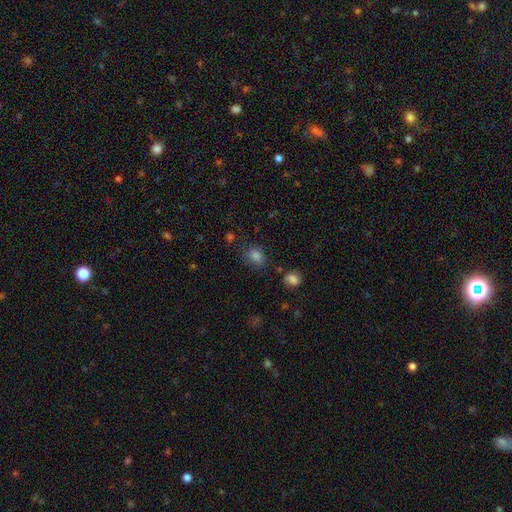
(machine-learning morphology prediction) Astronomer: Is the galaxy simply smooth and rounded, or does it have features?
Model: smooth — 76%.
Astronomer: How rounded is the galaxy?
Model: in between — 56% (runner-up: round, 42%).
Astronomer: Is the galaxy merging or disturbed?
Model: none — 75%.